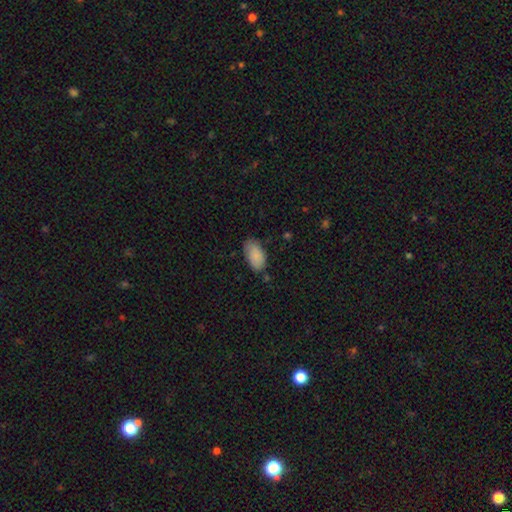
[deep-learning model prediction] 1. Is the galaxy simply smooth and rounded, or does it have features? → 87% smooth, 7% star or artifact, 6% featured or disk.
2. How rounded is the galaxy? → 94% in between, 3% round, 3% cigar-shaped.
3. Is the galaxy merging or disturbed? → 69% none, 24% minor disturbance, 5% major disturbance, 2% merger.